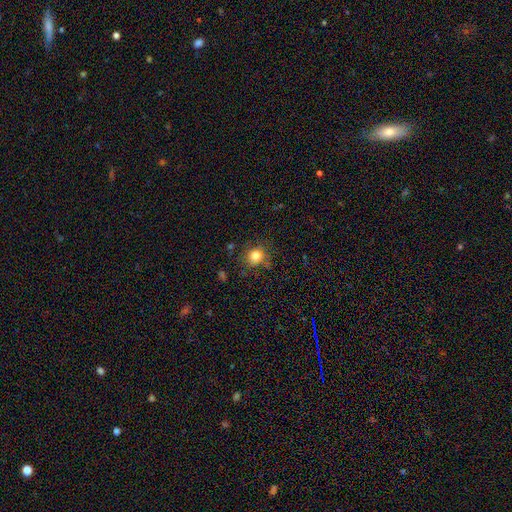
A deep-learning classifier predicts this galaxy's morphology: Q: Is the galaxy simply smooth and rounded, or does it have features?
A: smooth — 80%.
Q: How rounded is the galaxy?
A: round — 84%.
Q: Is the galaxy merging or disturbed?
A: none — 78%.